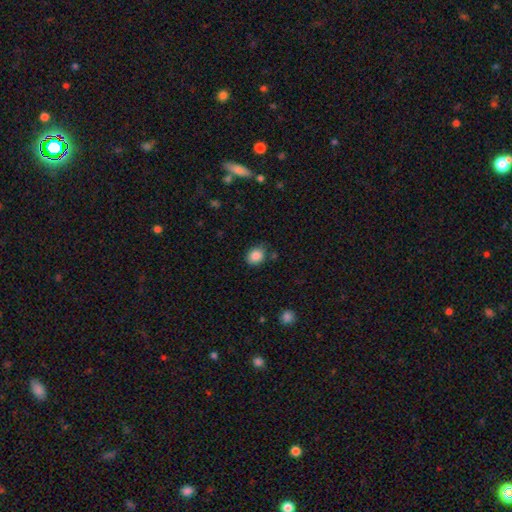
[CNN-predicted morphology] smooth-or-featured: smooth: 87% | star or artifact: 9% | featured or disk: 4%
  how-rounded: in between: 53% | round: 46% | cigar-shaped: 1%
  merging: none: 75% | minor disturbance: 18% | major disturbance: 4% | merger: 3%